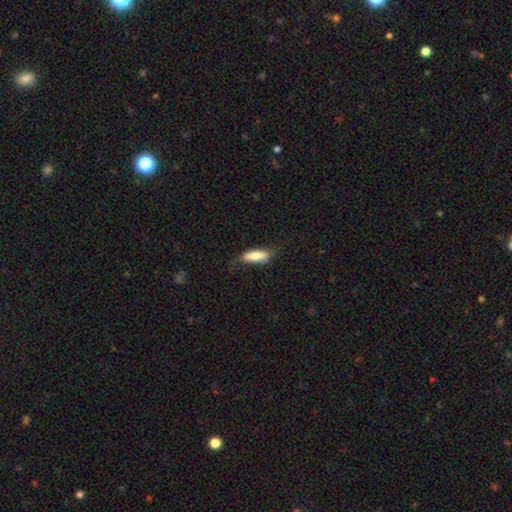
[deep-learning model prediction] smooth_or_featured: smooth (p=0.79) [alt: featured or disk p=0.15]
how_rounded: in between (p=0.62) [alt: cigar-shaped p=0.36]
merging: none (p=0.69) [alt: minor disturbance p=0.23]